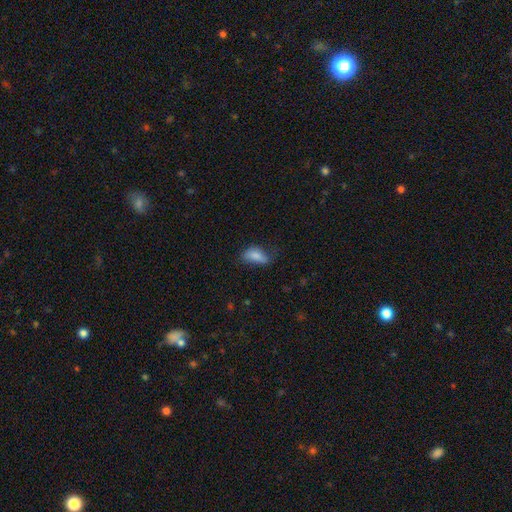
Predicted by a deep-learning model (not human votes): A smooth galaxy with no disk features (80%) that is in between round and cigar-shaped (87%). Merging: none (44%).